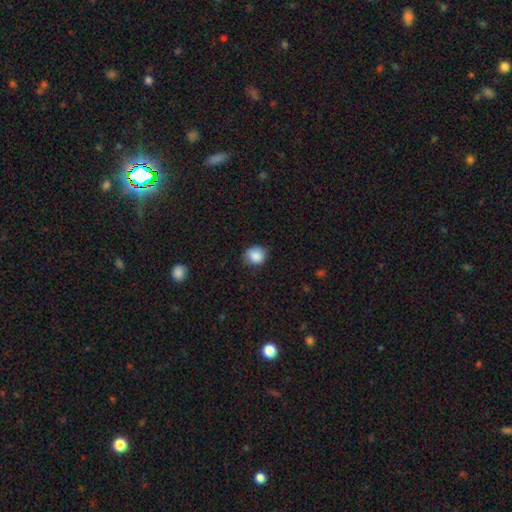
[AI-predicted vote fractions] Morphology: type=smooth (87%); roundness=round (83%); merging=none (82%).